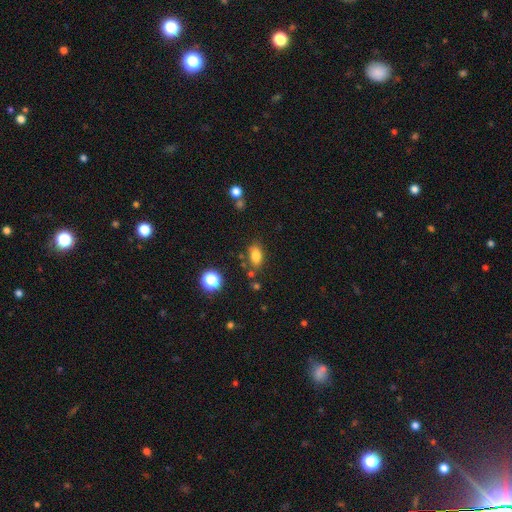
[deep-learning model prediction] This is clearly a smooth galaxy (81%). How rounded: clearly in between (85%). Merging: likely none (75%).